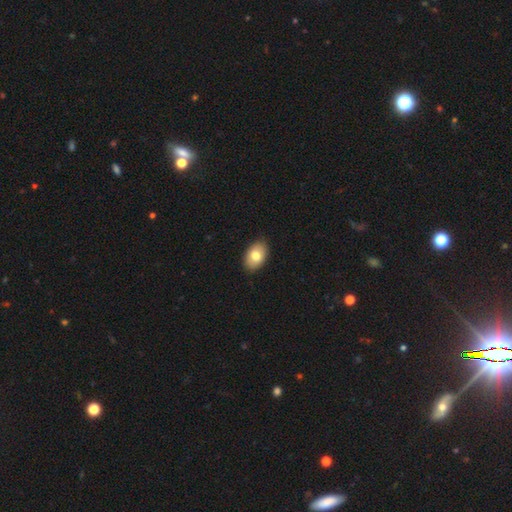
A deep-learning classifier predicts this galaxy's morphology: type=smooth (78%); roundness=in between (88%); merging=none (88%).